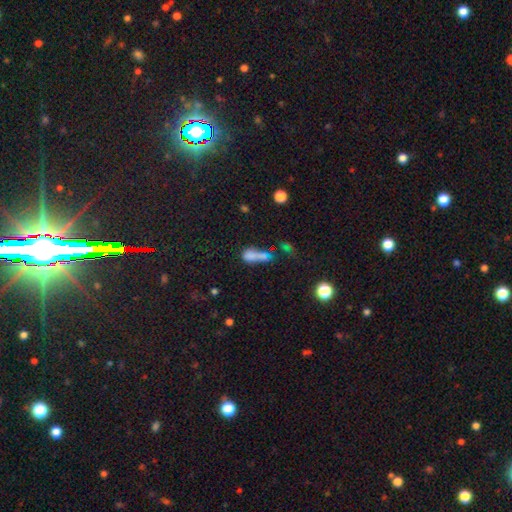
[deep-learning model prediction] A smooth galaxy with no disk features (66%) that is in between round and cigar-shaped (60%). Merging: merger (43%).